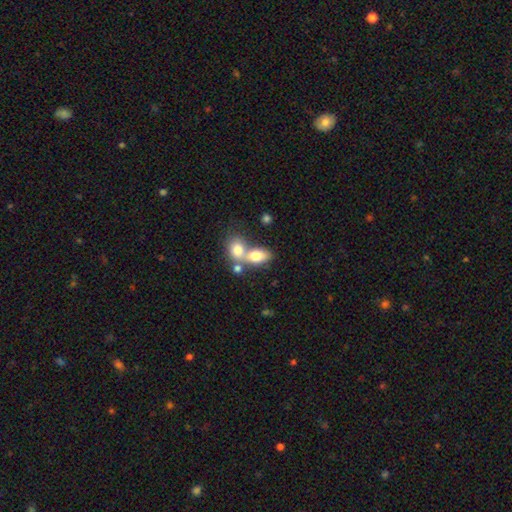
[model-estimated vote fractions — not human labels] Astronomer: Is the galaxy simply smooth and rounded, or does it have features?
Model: smooth — 75%.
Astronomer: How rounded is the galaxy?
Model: in between — 79%.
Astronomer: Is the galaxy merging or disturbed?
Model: merger — 62%.